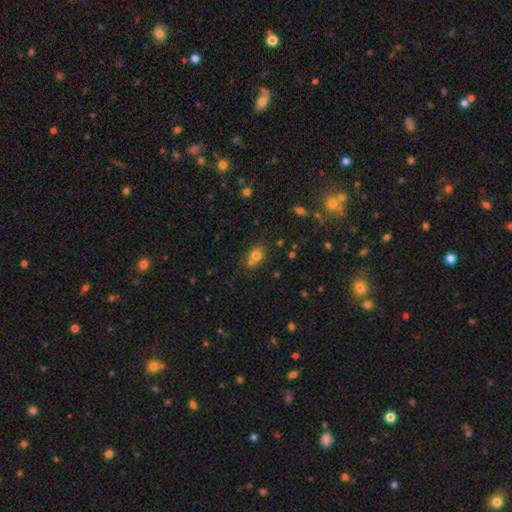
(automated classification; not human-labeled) The model was most divided on "merging": none: 46%, merger: 39%, minor disturbance: 11%, major disturbance: 4%. More confident: smooth or featured — smooth (73%); how rounded — round (69%).